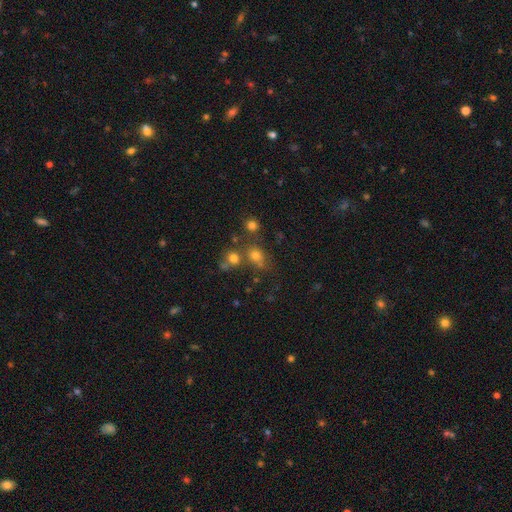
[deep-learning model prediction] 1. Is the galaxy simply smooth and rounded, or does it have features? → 68% smooth, 21% star or artifact, 11% featured or disk.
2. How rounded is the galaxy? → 75% round, 23% in between, 1% cigar-shaped.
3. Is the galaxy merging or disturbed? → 56% none, 28% merger, 11% minor disturbance, 6% major disturbance.